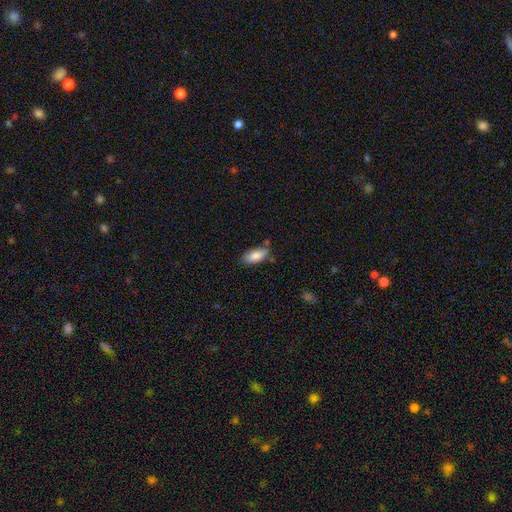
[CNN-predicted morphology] Q: Smooth or featured?
A: smooth (84%); runner-up: featured or disk (9%)
Q: How rounded?
A: in between (88%); runner-up: cigar-shaped (10%)
Q: Merging?
A: none (64%); runner-up: minor disturbance (24%)